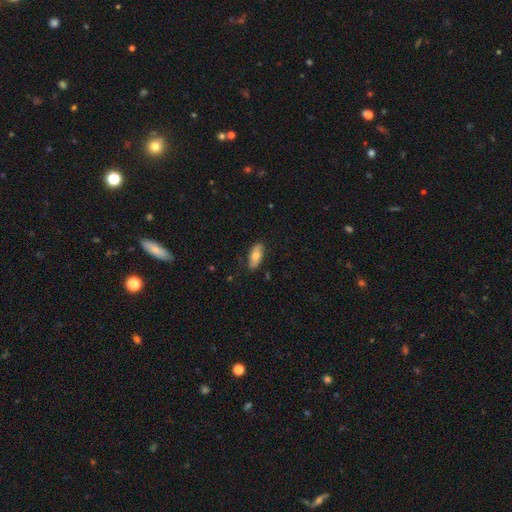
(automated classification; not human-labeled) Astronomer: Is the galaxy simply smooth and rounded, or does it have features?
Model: smooth — 67%.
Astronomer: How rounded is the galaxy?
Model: in between — 86%.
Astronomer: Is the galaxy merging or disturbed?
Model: none — 82%.